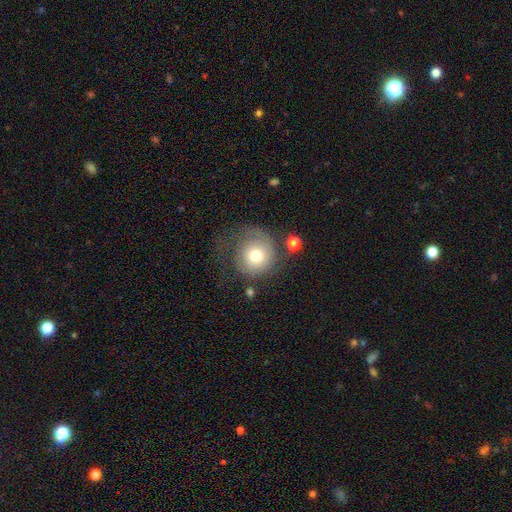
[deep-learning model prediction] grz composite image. It shows a smooth galaxy with no disk features (60%) that is round (90%). Merging: none (45%).